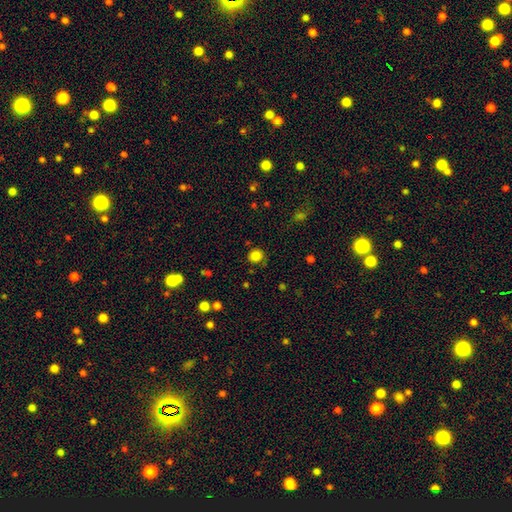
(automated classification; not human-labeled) Smooth or featured?
  - smooth: 83% *
  - star or artifact: 12%
  - featured or disk: 5%
How rounded?
  - round: 89% *
  - in between: 10%
  - cigar-shaped: 1%
Merging?
  - none: 83% *
  - minor disturbance: 11%
  - major disturbance: 3%
  - merger: 2%